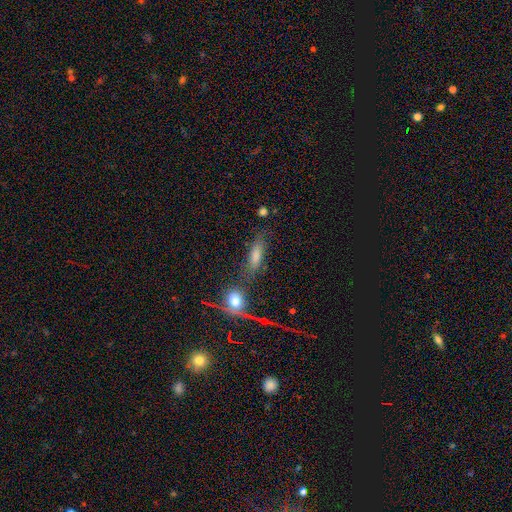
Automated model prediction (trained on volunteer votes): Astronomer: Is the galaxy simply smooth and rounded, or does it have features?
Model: smooth — 56%.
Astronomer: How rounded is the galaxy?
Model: cigar-shaped — 49% (runner-up: in between, 44%).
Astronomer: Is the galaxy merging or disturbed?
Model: none — 61%.